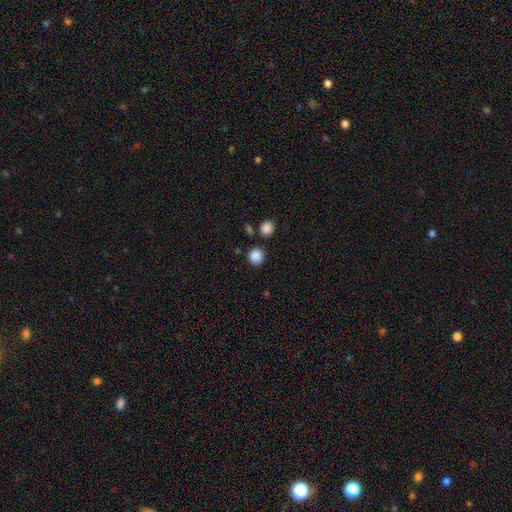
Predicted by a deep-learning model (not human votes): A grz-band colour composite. It shows a smooth galaxy with no disk features (87%) that is round (90%). Merging: none (83%).